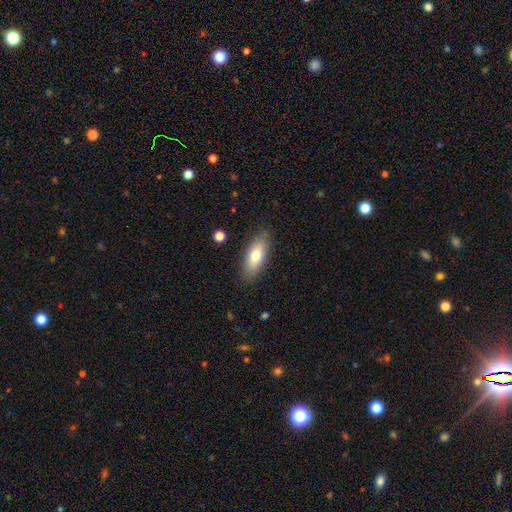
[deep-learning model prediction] The model was most divided on "how rounded": in between: 73%, cigar-shaped: 24%, round: 3%. More confident: merging — none (85%); smooth or featured — smooth (72%).